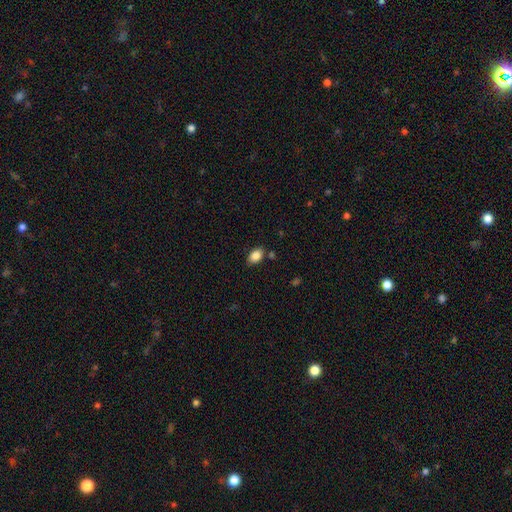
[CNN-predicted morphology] smooth_or_featured: smooth (p=0.86) [alt: star or artifact p=0.08]
how_rounded: in between (p=0.87) [alt: round p=0.12]
merging: none (p=0.80) [alt: minor disturbance p=0.12]